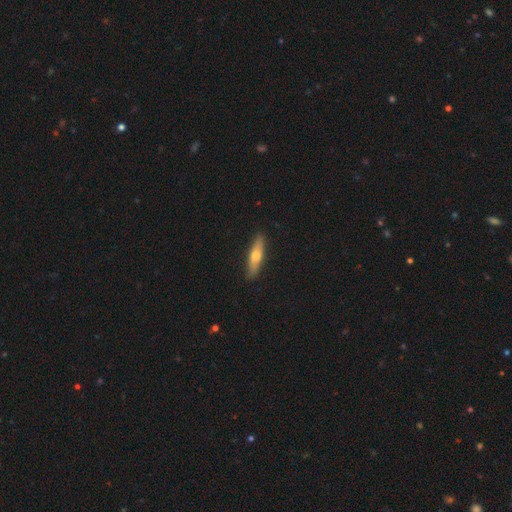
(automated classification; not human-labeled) smooth-or-featured: smooth: 63% | featured or disk: 32% | star or artifact: 6%
  how-rounded: cigar-shaped: 76% | in between: 22% | round: 2%
  merging: none: 87% | minor disturbance: 10% | major disturbance: 2% | merger: 1%